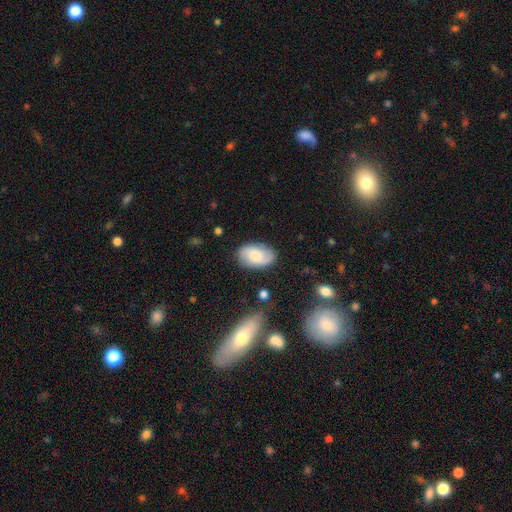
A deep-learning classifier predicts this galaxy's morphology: This is possibly a smooth galaxy (55%). How rounded: clearly in between (89%). Merging: clearly none (80%).